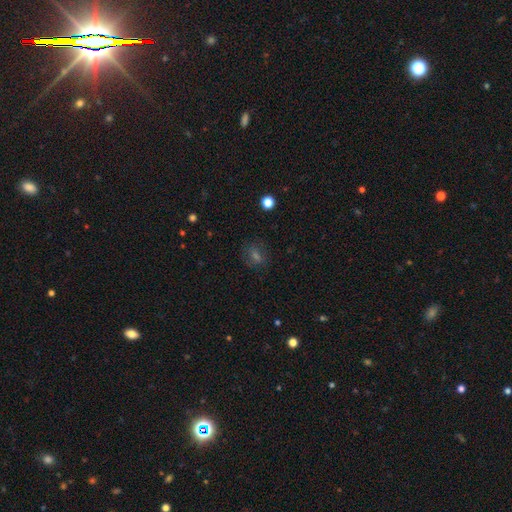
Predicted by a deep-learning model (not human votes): Q: Smooth or featured?
A: smooth (51%); runner-up: star or artifact (30%)
Q: How rounded?
A: round (56%); runner-up: in between (42%)
Q: Merging?
A: none (80%); runner-up: minor disturbance (12%)